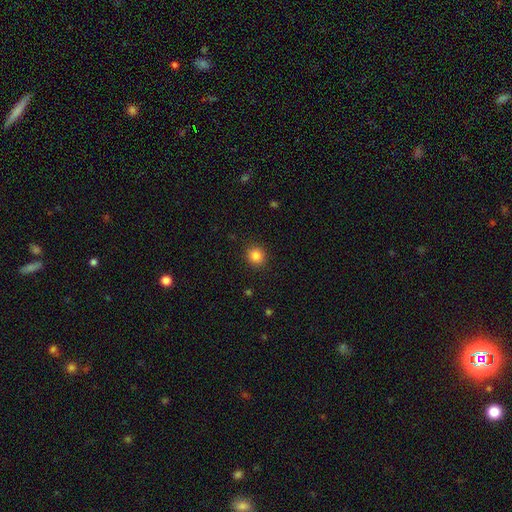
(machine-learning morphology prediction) This is clearly a smooth galaxy (84%). How rounded: clearly round (85%). Merging: clearly none (91%).